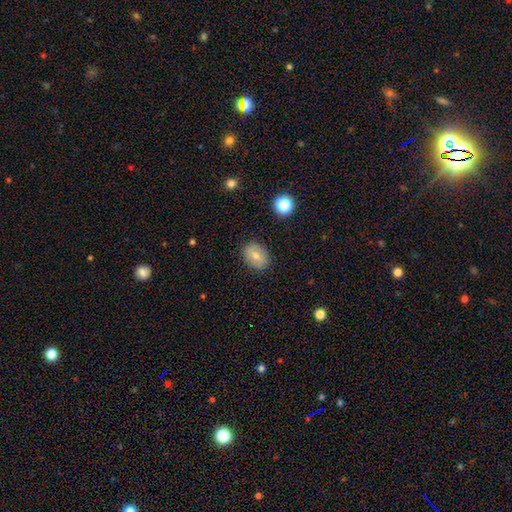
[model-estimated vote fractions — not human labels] The model was most divided on "how rounded": in between: 69%, round: 30%, cigar-shaped: 1%. More confident: merging — none (87%); smooth or featured — smooth (74%).